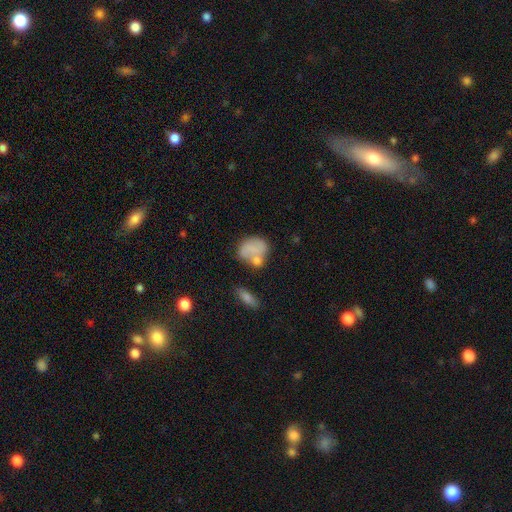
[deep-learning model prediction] Overall: smooth (70%). How rounded: round (52%; in between 46%). Merging: none (41%; merger 28%).